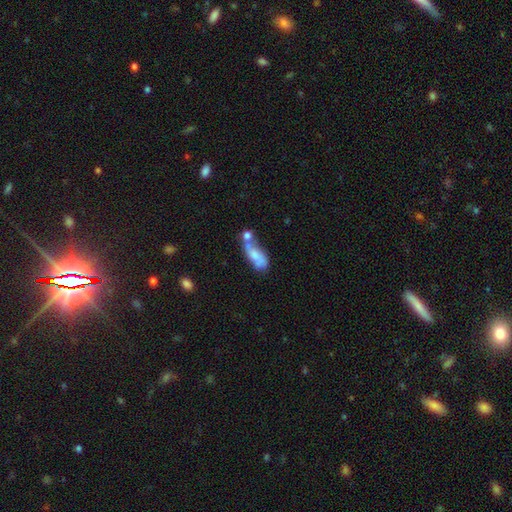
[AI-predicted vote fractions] This appears to be a smooth galaxy with no disk features (59%) that is in between round and cigar-shaped (75%). Merging: merger (44%).